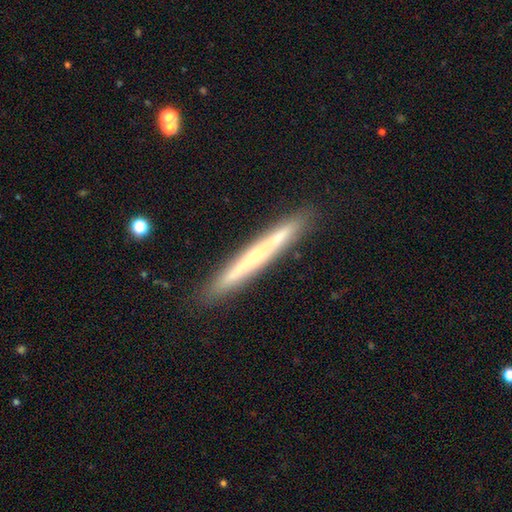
Volunteers were most divided on "edge-on bulge": rounded: 53%, none: 43%, boxy: 3%. More confident: edge-on disk — yes (100%); merging — none (94%); smooth or featured — featured or disk (79%).